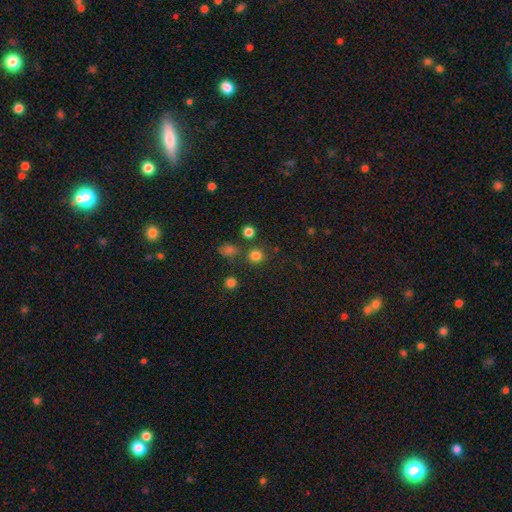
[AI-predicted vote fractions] The model was most divided on "smooth or featured": smooth: 79%, star or artifact: 16%, featured or disk: 5%. More confident: how rounded — round (91%); merging — none (81%).